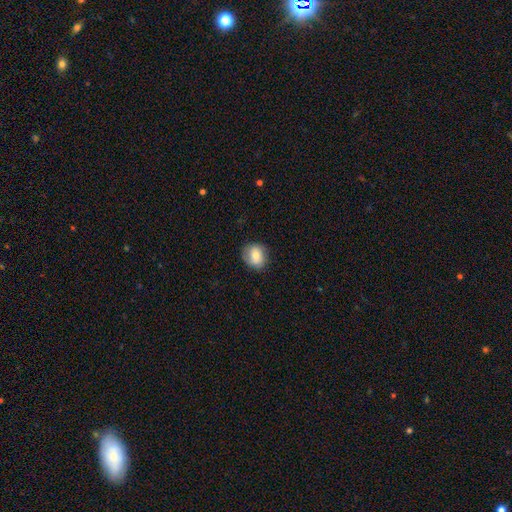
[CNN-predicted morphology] Smooth or featured?
  - smooth: 67% *
  - featured or disk: 25%
  - star or artifact: 8%
How rounded?
  - round: 70% *
  - in between: 29%
  - cigar-shaped: 1%
Merging?
  - none: 75% *
  - minor disturbance: 19%
  - major disturbance: 5%
  - merger: 1%